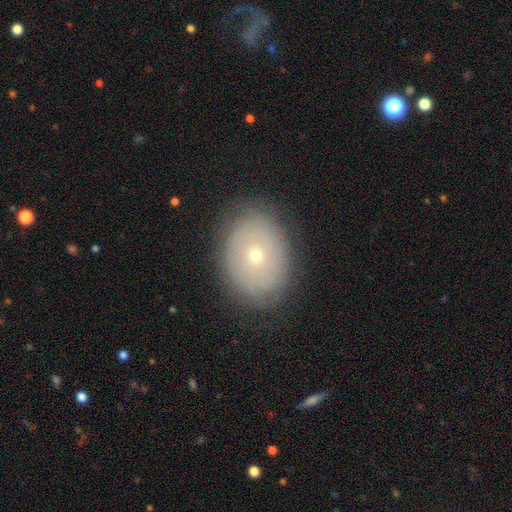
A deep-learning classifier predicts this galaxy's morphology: The model was most divided on "smooth or featured": smooth: 46%, featured or disk: 44%, star or artifact: 10%. More confident: merging — none (81%).